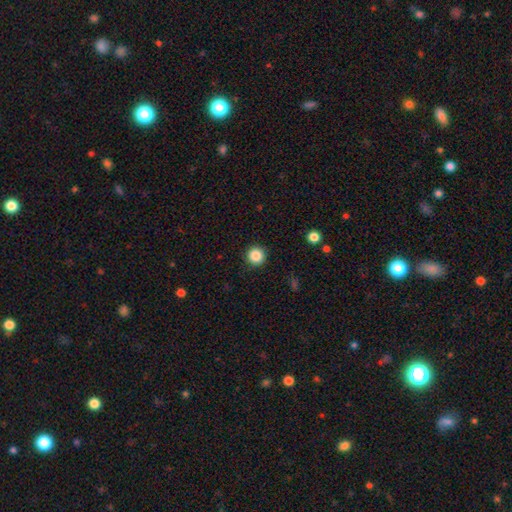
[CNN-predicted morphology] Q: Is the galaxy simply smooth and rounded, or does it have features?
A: smooth — 87%.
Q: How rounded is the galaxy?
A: round — 96%.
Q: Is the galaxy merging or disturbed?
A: none — 92%.